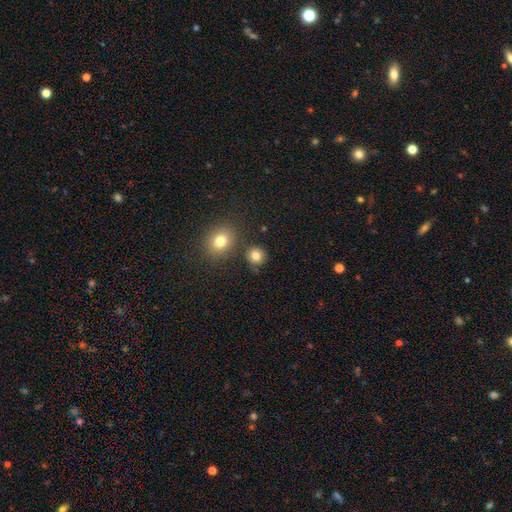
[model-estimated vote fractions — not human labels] Smooth or featured?
  - smooth: 81% *
  - star or artifact: 13%
  - featured or disk: 6%
How rounded?
  - round: 88% *
  - in between: 11%
  - cigar-shaped: 1%
Merging?
  - none: 82% *
  - minor disturbance: 9%
  - merger: 6%
  - major disturbance: 3%